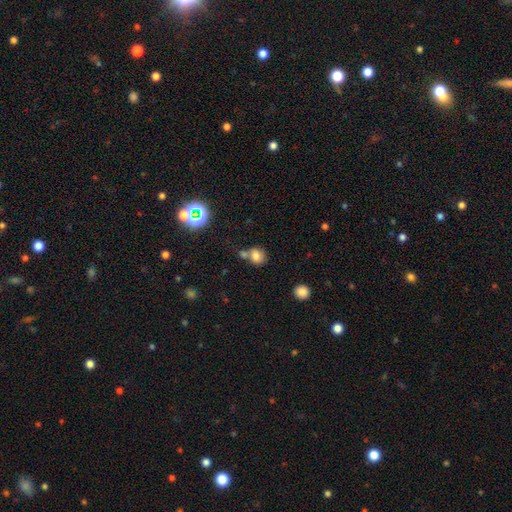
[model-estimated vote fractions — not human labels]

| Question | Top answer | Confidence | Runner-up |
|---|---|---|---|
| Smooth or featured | smooth | 72% | star or artifact (15%) |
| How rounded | round | 62% | in between (37%) |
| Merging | none | 45% | merger (37%) |